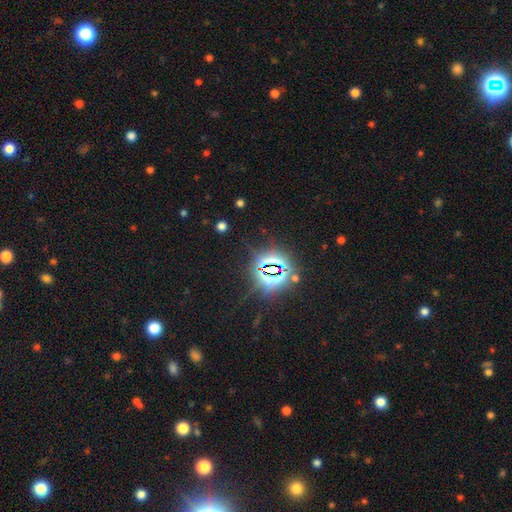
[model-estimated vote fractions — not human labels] Smooth or featured? star or artifact (82%)